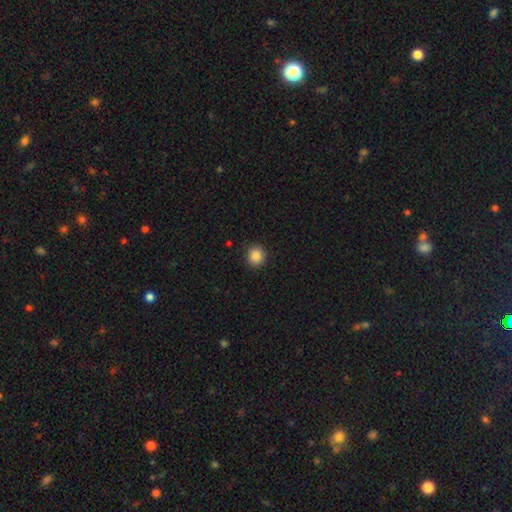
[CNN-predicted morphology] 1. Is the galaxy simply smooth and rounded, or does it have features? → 87% smooth, 10% star or artifact, 4% featured or disk.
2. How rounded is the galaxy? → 90% round, 9% in between, 1% cigar-shaped.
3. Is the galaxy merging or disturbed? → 90% none, 7% minor disturbance, 2% major disturbance, 1% merger.